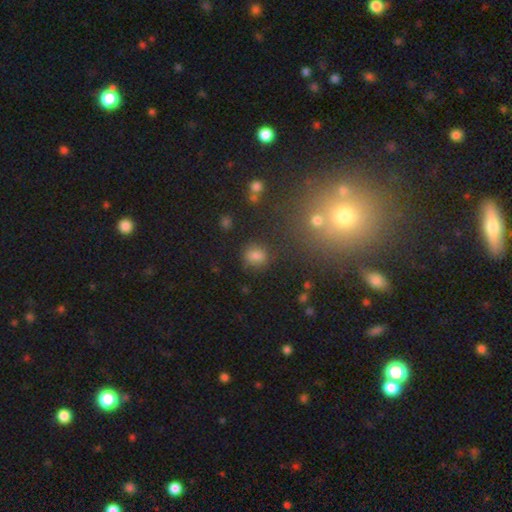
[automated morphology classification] Smooth or featured?
  - smooth: 74% *
  - star or artifact: 19%
  - featured or disk: 8%
How rounded?
  - round: 67% *
  - in between: 32%
  - cigar-shaped: 1%
Merging?
  - none: 81% *
  - minor disturbance: 11%
  - merger: 5%
  - major disturbance: 4%